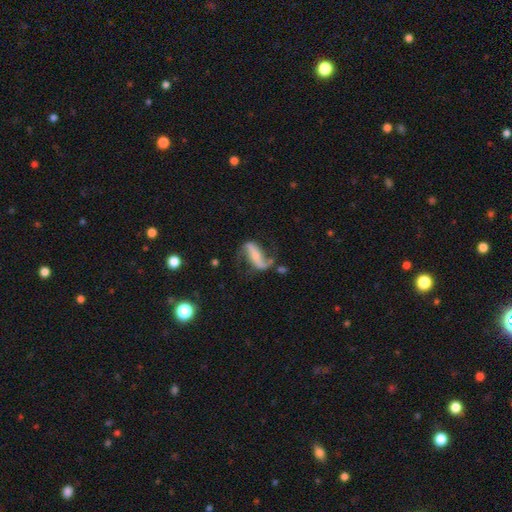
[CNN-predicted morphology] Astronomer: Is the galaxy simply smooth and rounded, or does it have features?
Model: featured or disk — 80%.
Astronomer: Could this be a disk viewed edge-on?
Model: no — 93%.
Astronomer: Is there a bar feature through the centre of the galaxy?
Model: strong — 51%.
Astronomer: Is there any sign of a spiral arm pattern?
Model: yes — 92%.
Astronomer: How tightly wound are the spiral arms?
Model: loose — 77%.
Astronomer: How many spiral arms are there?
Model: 2 — 87%.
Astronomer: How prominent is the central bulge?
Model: small — 47% (runner-up: moderate, 24%).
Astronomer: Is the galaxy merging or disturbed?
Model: none — 57%.